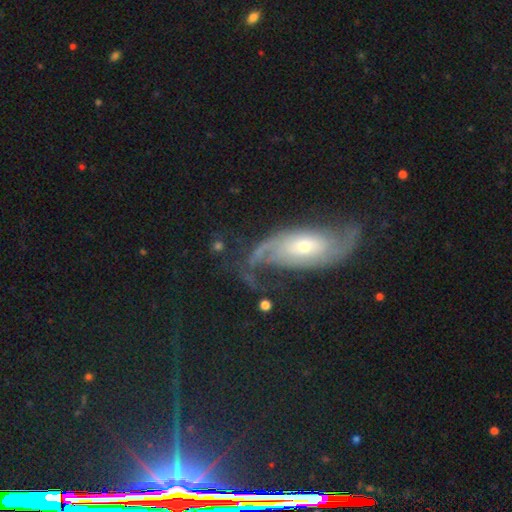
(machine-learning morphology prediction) The model was most divided on "bulge size": moderate: 52%, small: 42%, large: 3%, none: 1%, dominant: 1%. Remaining: spiral arms — yes (94%); edge-on disk — no (93%); spiral arm count — 2 (80%); smooth or featured — featured or disk (74%); merging — none (68%); bar — no (59%); spiral winding — medium (42%).